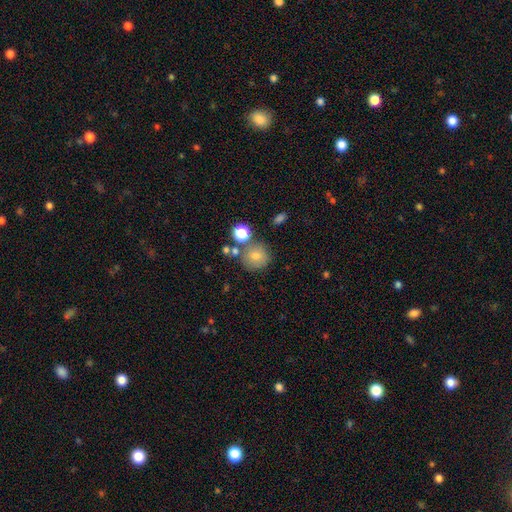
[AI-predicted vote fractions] smooth 74%, star or artifact 13%, featured or disk 13%. Down the decision tree: how rounded — round (89%); merging — none (68%).